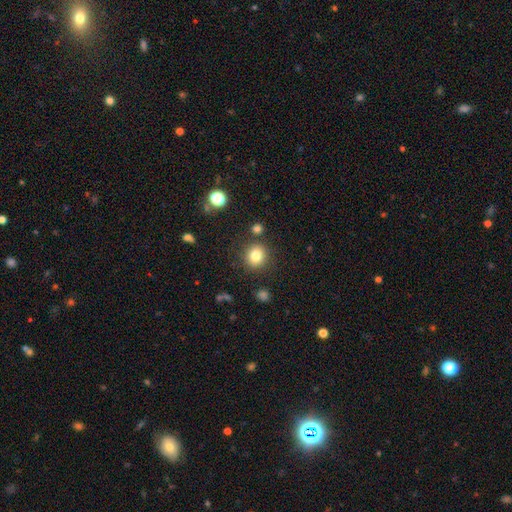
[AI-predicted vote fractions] Smooth or featured?
  - smooth: 82% *
  - star or artifact: 12%
  - featured or disk: 7%
How rounded?
  - round: 85% *
  - in between: 14%
  - cigar-shaped: 1%
Merging?
  - none: 84% *
  - minor disturbance: 8%
  - merger: 4%
  - major disturbance: 3%